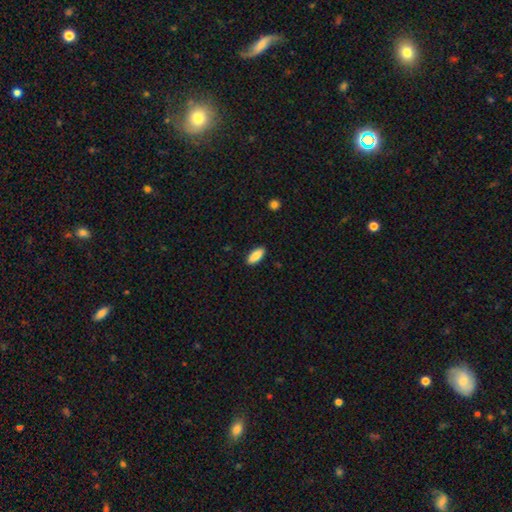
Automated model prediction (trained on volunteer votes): Overall: smooth (88%). How rounded: in between (80%). Merging: none (90%).